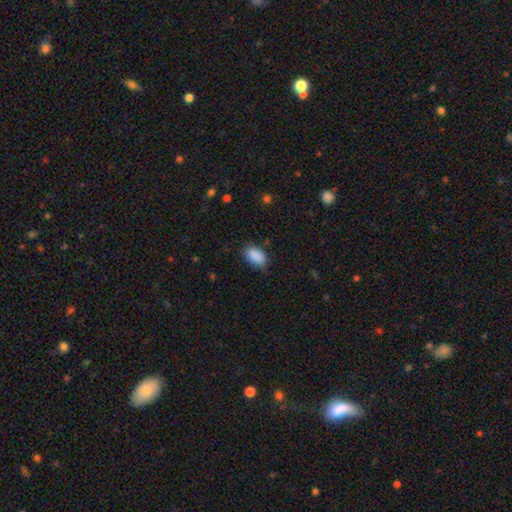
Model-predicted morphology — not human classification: smooth 89%, star or artifact 7%, featured or disk 3%. Down the decision tree: how rounded — in between (92%); merging — none (78%).